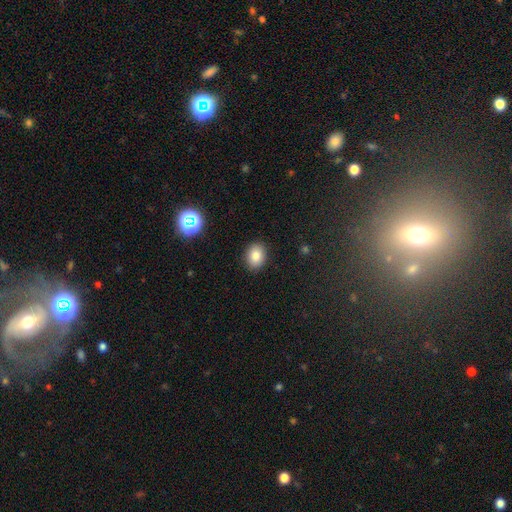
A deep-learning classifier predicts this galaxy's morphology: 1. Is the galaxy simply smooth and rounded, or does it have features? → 83% smooth, 10% star or artifact, 7% featured or disk.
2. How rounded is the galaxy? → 61% in between, 38% round, 1% cigar-shaped.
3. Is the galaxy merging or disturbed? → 88% none, 8% minor disturbance, 2% major disturbance, 1% merger.